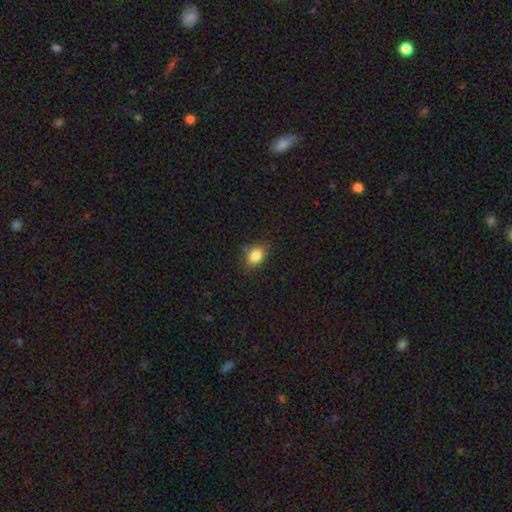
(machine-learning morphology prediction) Overall: smooth (84%). How rounded: in between (69%; round 29%). Merging: none (76%).